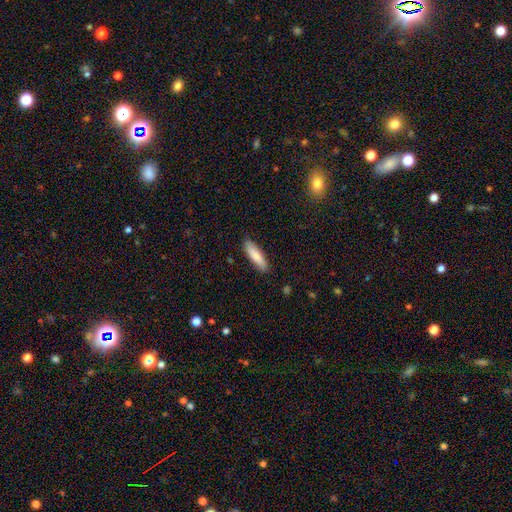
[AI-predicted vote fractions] Overall: smooth (81%). How rounded: cigar-shaped (64%; in between 35%). Merging: none (86%).